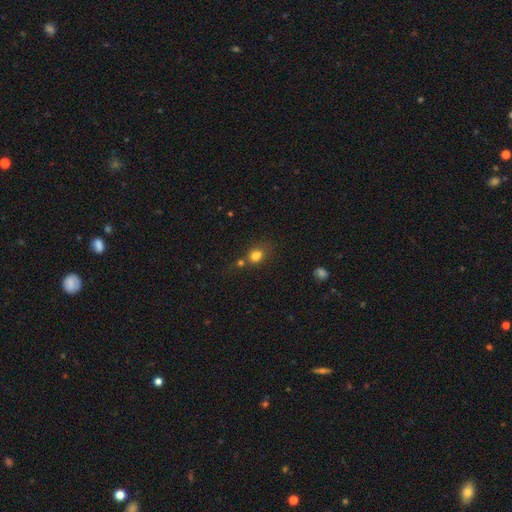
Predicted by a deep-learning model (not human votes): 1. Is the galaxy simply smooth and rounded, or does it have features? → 74% smooth, 15% star or artifact, 11% featured or disk.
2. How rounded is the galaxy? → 49% in between (tied), 49% round (tied), 2% cigar-shaped.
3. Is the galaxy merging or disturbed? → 42% none, 35% merger, 15% minor disturbance, 8% major disturbance.